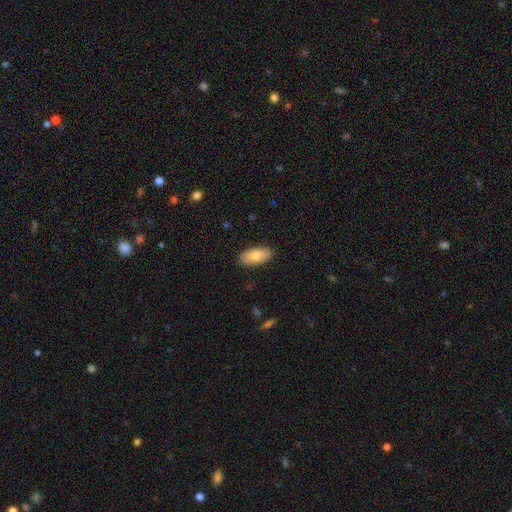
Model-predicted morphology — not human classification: Q: Smooth or featured?
A: smooth (79%); runner-up: featured or disk (15%)
Q: How rounded?
A: in between (91%); runner-up: cigar-shaped (7%)
Q: Merging?
A: none (89%); runner-up: minor disturbance (9%)